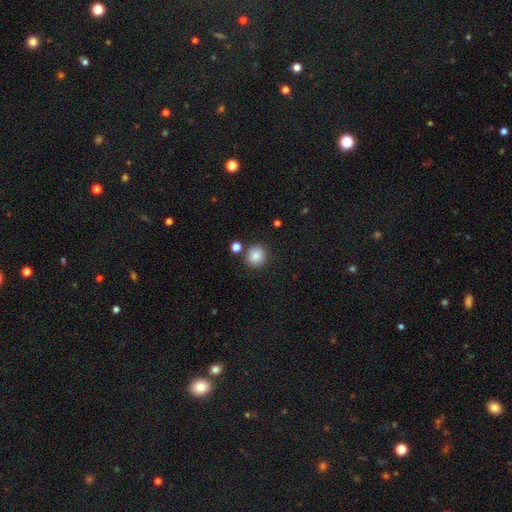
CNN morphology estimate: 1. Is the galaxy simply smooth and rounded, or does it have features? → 85% smooth, 10% star or artifact, 5% featured or disk.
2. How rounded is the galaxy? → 89% round, 10% in between, 1% cigar-shaped.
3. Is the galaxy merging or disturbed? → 82% none, 9% minor disturbance, 6% merger, 3% major disturbance.